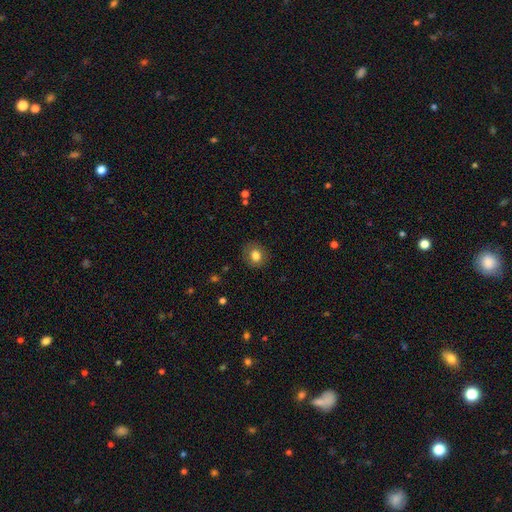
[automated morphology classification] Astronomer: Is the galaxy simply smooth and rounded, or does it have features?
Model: smooth — 80%.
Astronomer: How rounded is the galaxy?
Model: round — 75%.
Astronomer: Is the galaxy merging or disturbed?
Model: none — 86%.